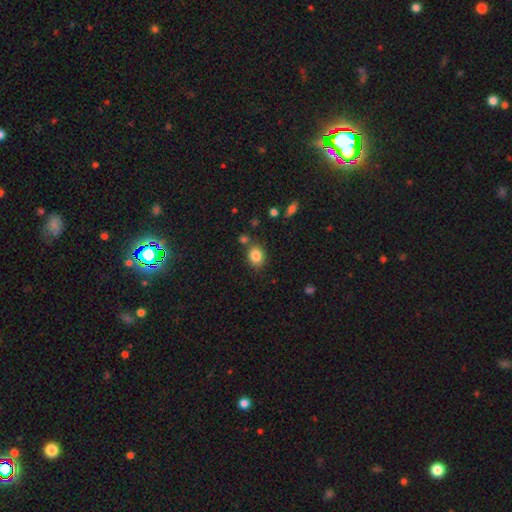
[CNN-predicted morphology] Overall: smooth (84%). How rounded: round (53%; in between 46%). Merging: none (77%).